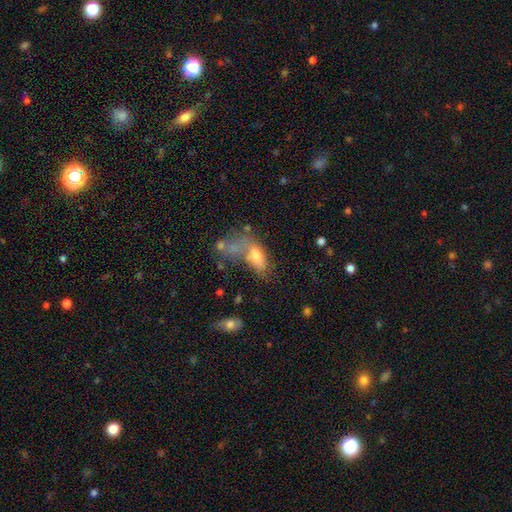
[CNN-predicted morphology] This is likely a smooth galaxy (62%). How rounded: clearly in between (81%). Merging: marginally merger (33%).